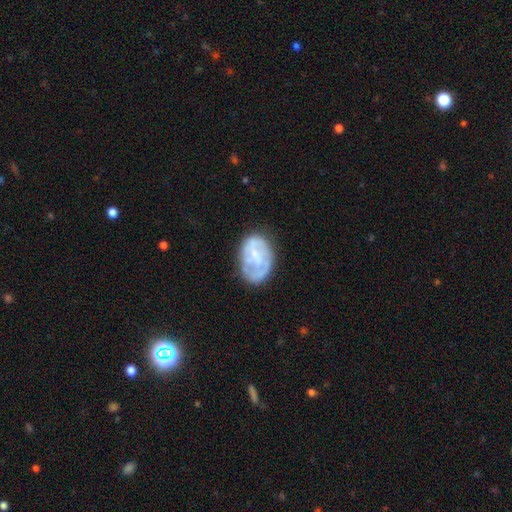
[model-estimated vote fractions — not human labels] A featured or disk galaxy (58%) with no bar (48%), spiral arms (57%) and a small central bulge (47%).

Vote fractions:
- Smooth or featured? featured or disk: 58% / smooth: 34% / star or artifact: 7%
- Edge-on disk? no: 97% / yes: 3%
- Bar? no: 48% / weak: 39% / strong: 13%
- Spiral arms? yes: 57% / no: 43%
- Bulge size? small: 47% / none: 32% / moderate: 18% / large: 2% / dominant: 1%
- Merging? none: 62% / minor disturbance: 25% / major disturbance: 11% / merger: 2%